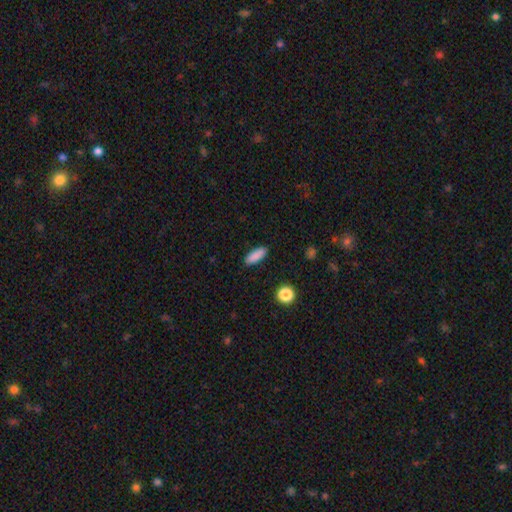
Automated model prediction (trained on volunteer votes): A smooth galaxy with no disk features (88%) that is in between round and cigar-shaped (65%). Merging: none (89%).